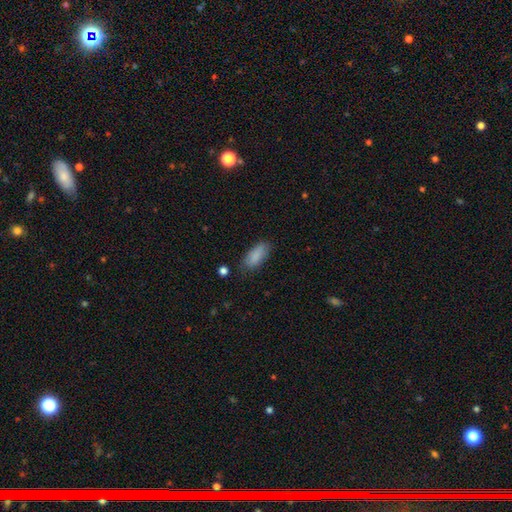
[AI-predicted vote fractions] The model was most divided on "merging": none: 76%, minor disturbance: 18%, major disturbance: 4%, merger: 2%. More confident: smooth or featured — smooth (87%); how rounded — in between (80%).